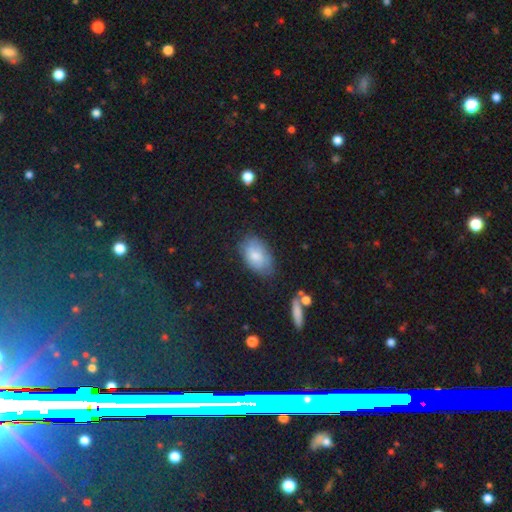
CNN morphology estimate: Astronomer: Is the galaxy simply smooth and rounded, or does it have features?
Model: smooth — 76%.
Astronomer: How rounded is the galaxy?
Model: in between — 91%.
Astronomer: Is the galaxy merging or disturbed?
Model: none — 68%.